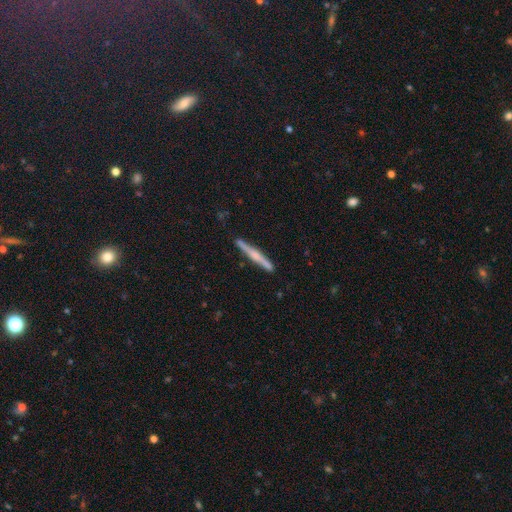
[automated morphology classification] Smooth or featured?
  - featured or disk: 62% *
  - smooth: 32%
  - star or artifact: 6%
Edge-on disk?
  - yes: 98% *
  - no: 2%
Edge-on bulge?
  - rounded: 60% *
  - none: 23%
  - boxy: 17%
Merging?
  - none: 89% *
  - minor disturbance: 8%
  - major disturbance: 2%
  - merger: 2%